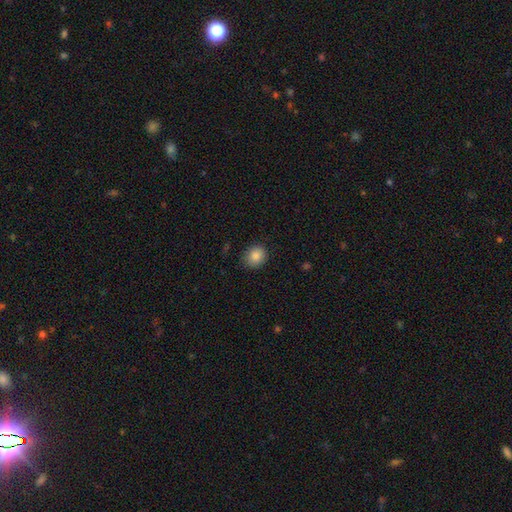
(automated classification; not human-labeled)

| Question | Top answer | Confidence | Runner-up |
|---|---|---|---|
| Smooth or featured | smooth | 86% | star or artifact (9%) |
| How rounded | round | 71% | in between (28%) |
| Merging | none | 84% | minor disturbance (12%) |